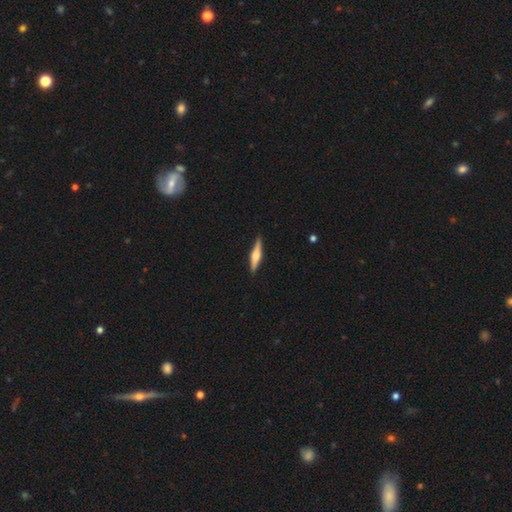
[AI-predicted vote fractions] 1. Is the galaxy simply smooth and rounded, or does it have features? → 60% featured or disk, 35% smooth, 6% star or artifact.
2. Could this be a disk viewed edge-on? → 97% yes, 3% no.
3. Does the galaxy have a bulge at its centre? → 81% rounded, 14% boxy, 5% none.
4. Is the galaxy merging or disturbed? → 90% none, 7% minor disturbance, 2% major disturbance, 1% merger.